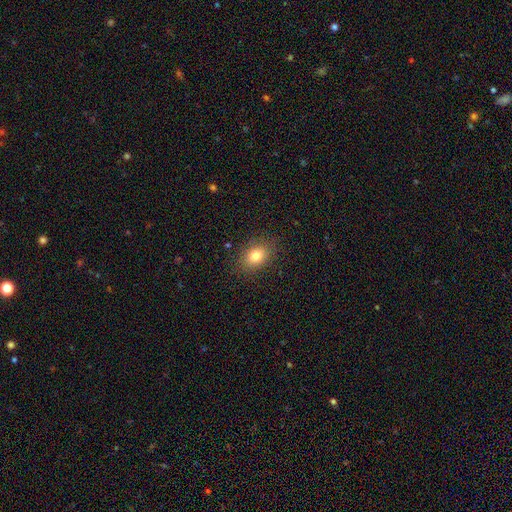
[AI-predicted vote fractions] smooth-or-featured: smooth: 80% | star or artifact: 11% | featured or disk: 9%
  how-rounded: in between: 70% | round: 28% | cigar-shaped: 1%
  merging: none: 86% | minor disturbance: 10% | major disturbance: 3% | merger: 1%